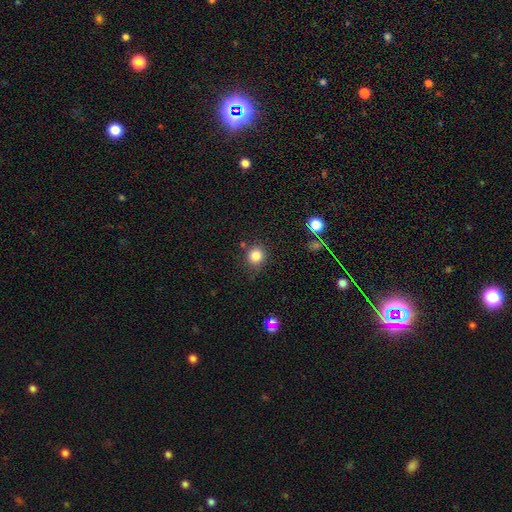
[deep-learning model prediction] smooth 83%, star or artifact 12%, featured or disk 5%. Down the decision tree: how rounded — round (87%); merging — none (82%).